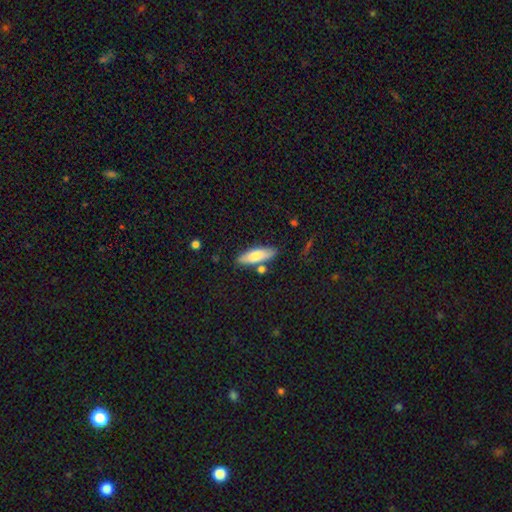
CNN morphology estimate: smooth_or_featured: smooth (p=0.73) [alt: featured or disk p=0.20]
how_rounded: in between (p=0.49) [tied with: cigar-shaped p=0.49]
merging: none (p=0.77) [alt: minor disturbance p=0.12]